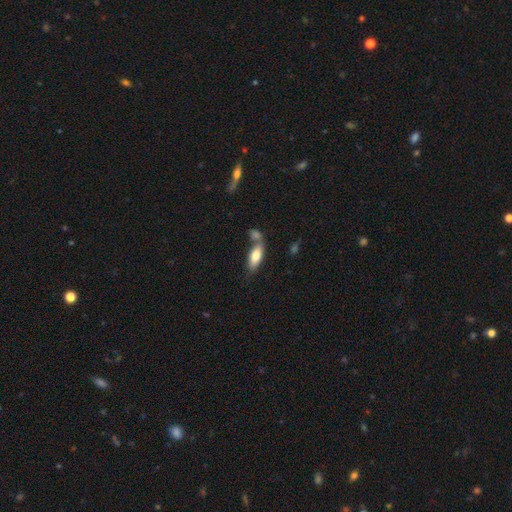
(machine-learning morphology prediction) A smooth galaxy with no disk features (75%) that is in between round and cigar-shaped (74%). Merging: none (50%).